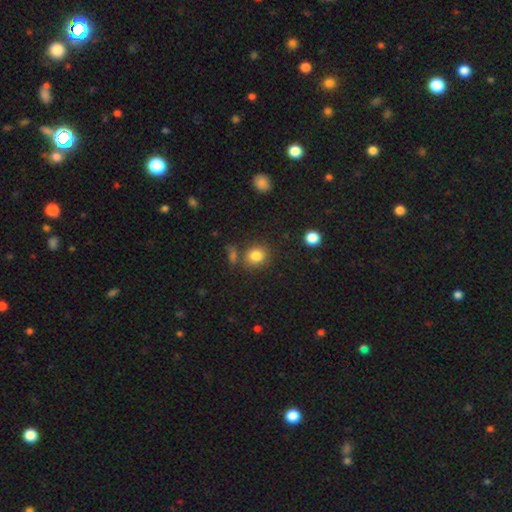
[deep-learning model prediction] Smooth or featured? smooth (83%)
How rounded? round (78%)
Merging? none (76%)